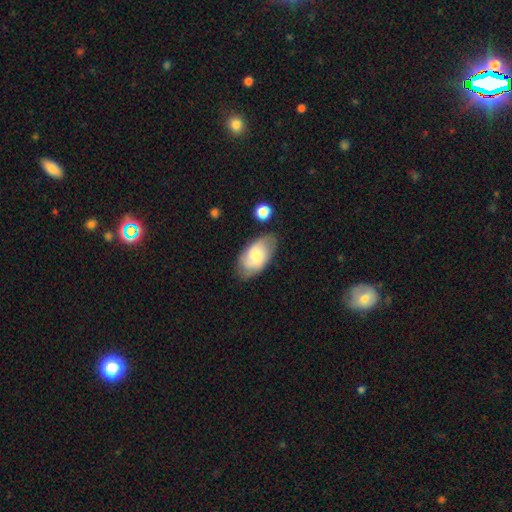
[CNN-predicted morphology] A smooth galaxy with no disk features (61%) that is in between round and cigar-shaped (93%).

Vote fractions:
- Smooth or featured? smooth: 61% / featured or disk: 32% / star or artifact: 7%
- How rounded? in between: 93% / round: 5% / cigar-shaped: 2%
- Merging? none: 68% / minor disturbance: 23% / major disturbance: 6% / merger: 4%